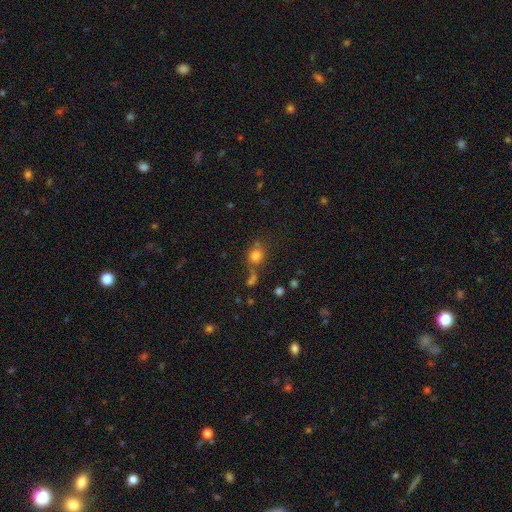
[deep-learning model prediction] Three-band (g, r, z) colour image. It shows a smooth galaxy with no disk features (77%) that is round (74%). Merging: none (57%).